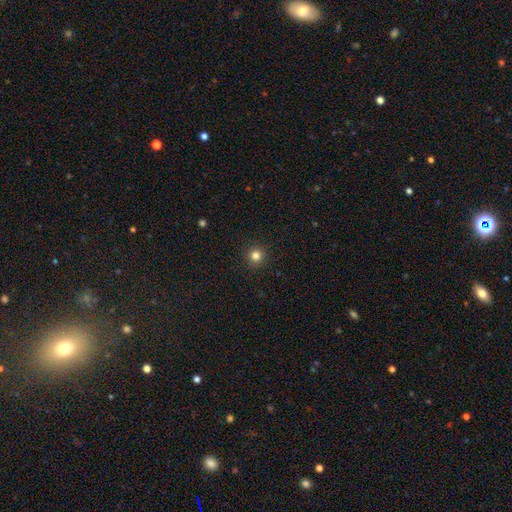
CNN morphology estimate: smooth_or_featured: smooth (p=0.82) [alt: star or artifact p=0.13]
how_rounded: round (p=0.95) [alt: in between p=0.04]
merging: none (p=0.92) [alt: minor disturbance p=0.05]